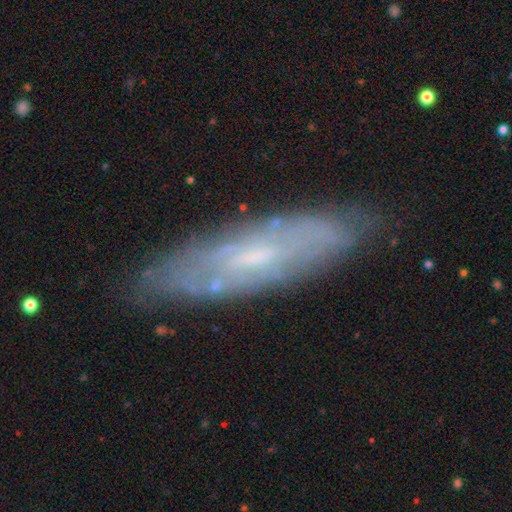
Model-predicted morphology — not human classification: Smooth or featured: featured or disk — 62% (smooth — 30%)
Edge-on disk: no — 62% (yes — 38%)
Merging: none — 81% (minor disturbance — 14%)